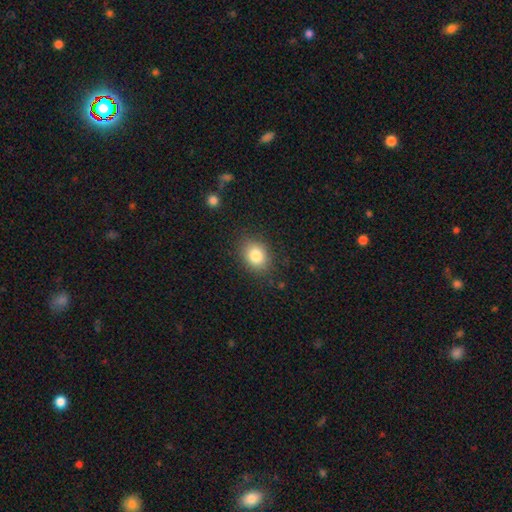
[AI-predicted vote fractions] smooth 83%, star or artifact 10%, featured or disk 8%. Down the decision tree: how rounded — in between (52%); merging — none (85%).